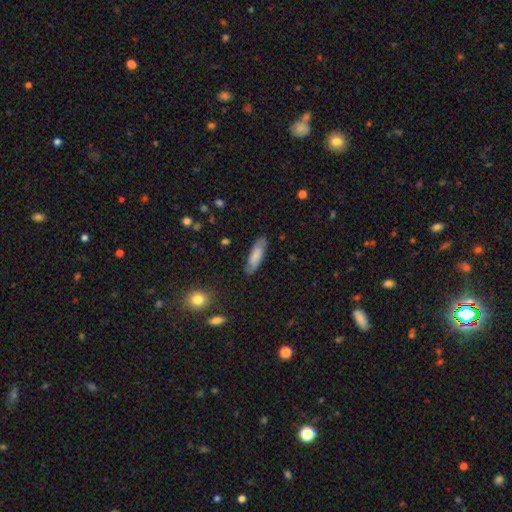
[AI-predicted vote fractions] This appears to be a smooth galaxy with no disk features (70%) that is in between round and cigar-shaped (52%). Merging: none (84%).